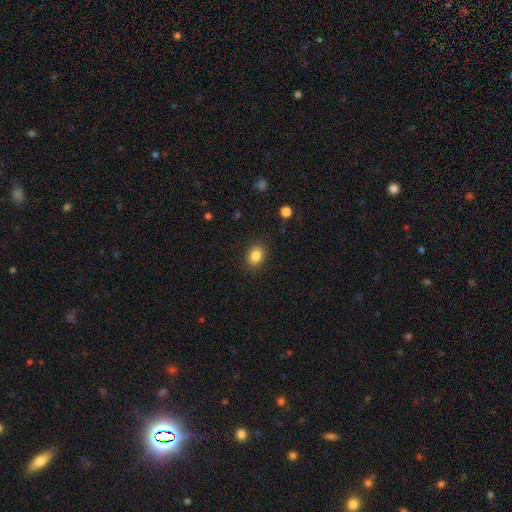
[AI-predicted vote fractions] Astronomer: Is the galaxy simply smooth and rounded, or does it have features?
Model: smooth — 85%.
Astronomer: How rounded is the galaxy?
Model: in between — 59% (runner-up: round, 40%).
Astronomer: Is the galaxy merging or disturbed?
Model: none — 87%.